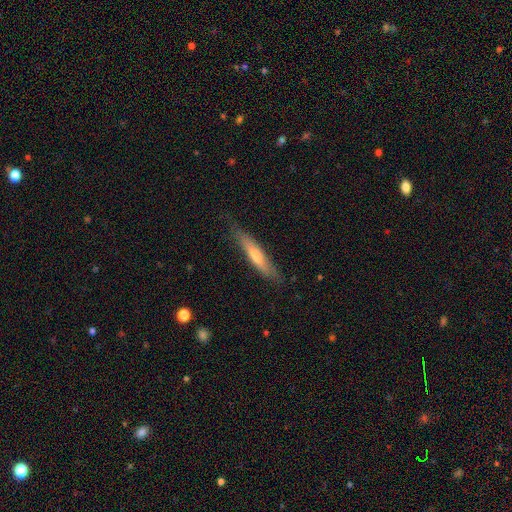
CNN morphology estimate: smooth 57%, featured or disk 37%, star or artifact 6%. Down the decision tree: how rounded — cigar-shaped (88%); merging — none (79%).